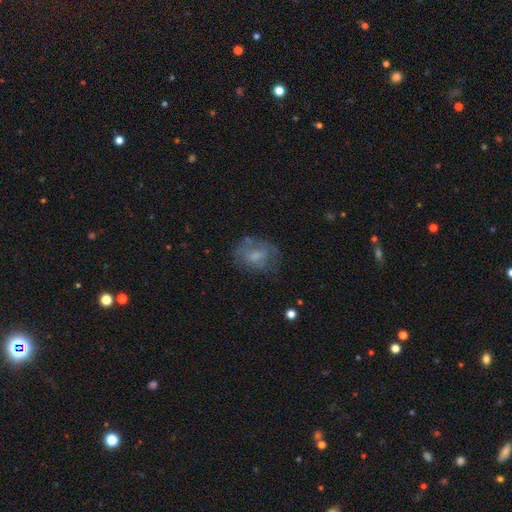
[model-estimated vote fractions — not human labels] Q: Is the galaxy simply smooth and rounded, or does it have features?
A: smooth — 47%.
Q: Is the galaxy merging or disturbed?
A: none — 52%.